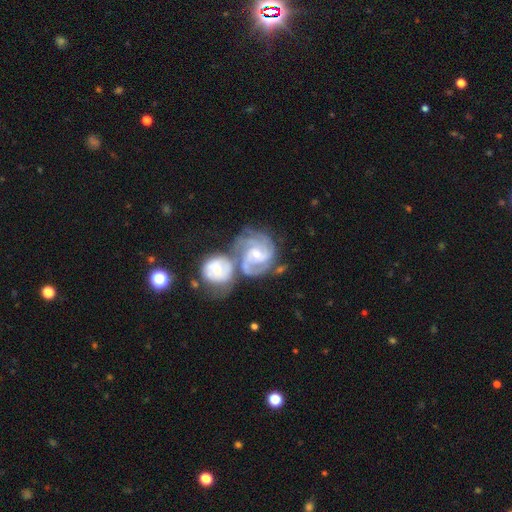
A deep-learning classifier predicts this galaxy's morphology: Overall: featured or disk (88%). Edge-on disk: no (98%). Bar: no (46%; weak 39%). Spiral arms: yes (97%). Spiral arm count: 3 (38%; 2 30%). Spiral winding: tight (57%; medium 37%). Bulge size: small (51%; moderate 45%). Merging: merger (51%; none 30%).